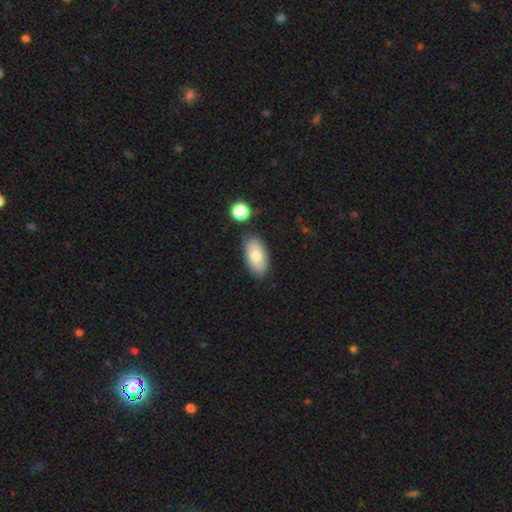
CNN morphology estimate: This is likely a smooth galaxy (77%). How rounded: clearly in between (93%). Merging: clearly none (81%).